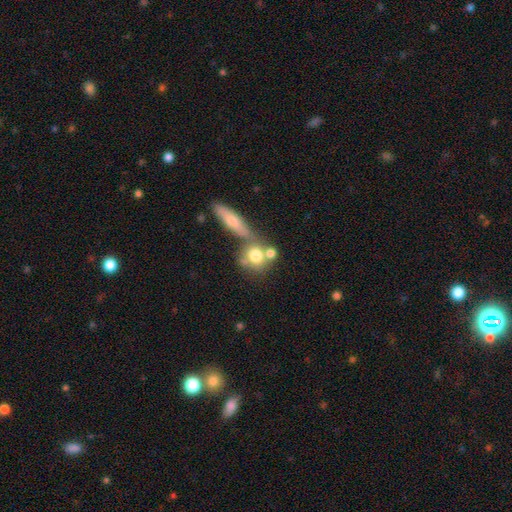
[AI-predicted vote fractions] Smooth or featured?
  - smooth: 73% *
  - featured or disk: 18%
  - star or artifact: 10%
How rounded?
  - round: 72% *
  - in between: 23%
  - cigar-shaped: 6%
Merging?
  - none: 48% *
  - merger: 37%
  - minor disturbance: 10%
  - major disturbance: 5%